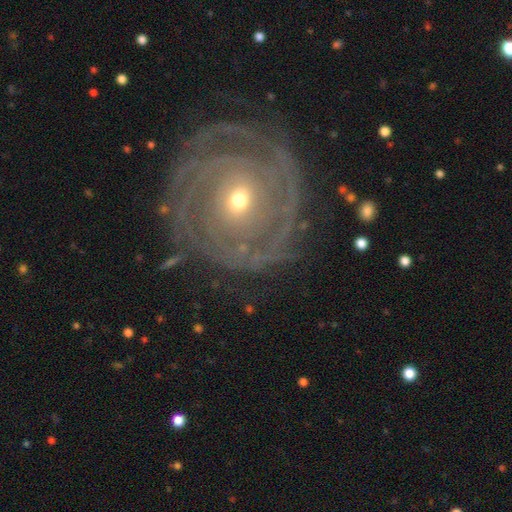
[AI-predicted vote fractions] smooth_or_featured: featured or disk (p=0.86) [alt: smooth p=0.07]
disk_edge_on: no (p=0.97) [alt: yes p=0.03]
bar: no (p=0.68) [alt: weak p=0.22]
has_spiral_arms: yes (p=0.95) [alt: no p=0.05]
spiral_winding: tight (p=0.84) [alt: medium p=0.13]
spiral_arm_count: can't tell (p=0.29) [alt: 3 p=0.20]
bulge_size: small (p=0.56) [alt: moderate p=0.41]
merging: none (p=0.80) [alt: minor disturbance p=0.13]